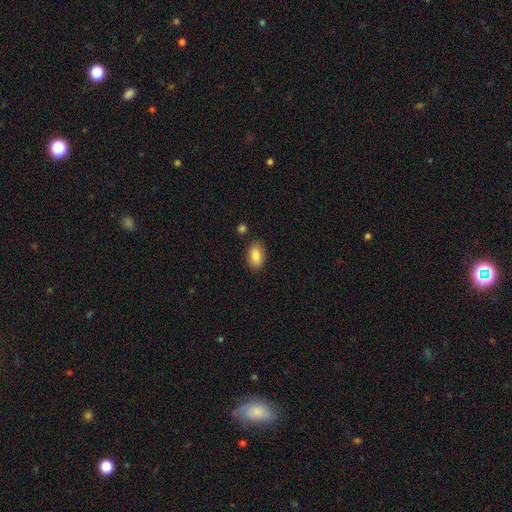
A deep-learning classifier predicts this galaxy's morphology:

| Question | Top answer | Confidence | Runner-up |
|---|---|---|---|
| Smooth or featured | smooth | 87% | star or artifact (7%) |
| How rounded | in between | 92% | round (6%) |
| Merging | none | 85% | minor disturbance (10%) |